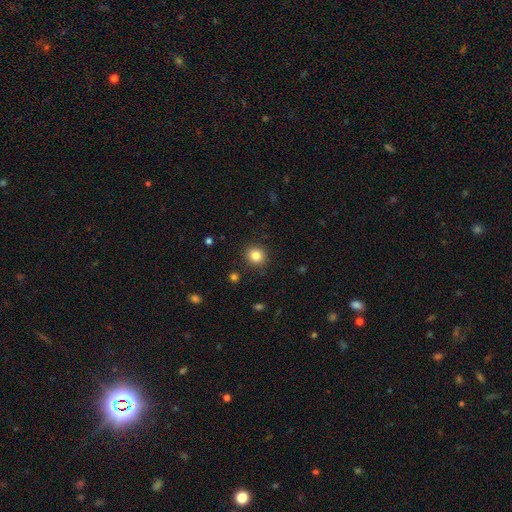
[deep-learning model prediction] Smooth or featured? Predicted: smooth (p=0.84). How rounded? Predicted: round (p=0.89). Merging? Predicted: none (p=0.90).